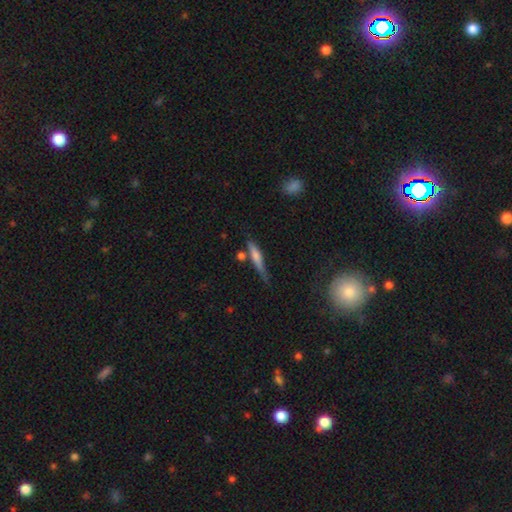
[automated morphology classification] Overall: smooth (56%; featured or disk 36%). How rounded: cigar-shaped (87%). Merging: none (58%; minor disturbance 25%).